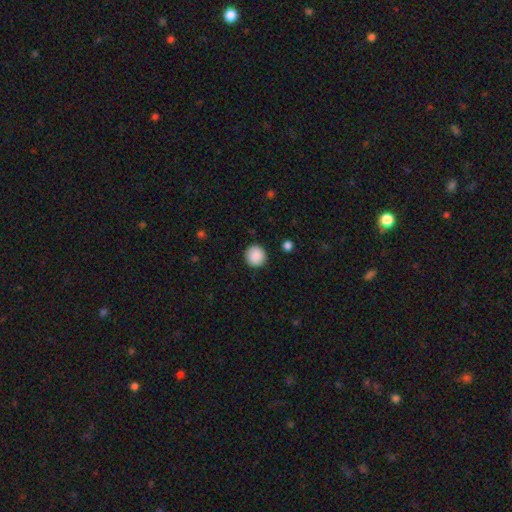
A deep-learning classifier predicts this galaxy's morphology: smooth-or-featured: smooth: 89% | star or artifact: 8% | featured or disk: 3%
  how-rounded: round: 94% | in between: 5% | cigar-shaped: 1%
  merging: none: 91% | minor disturbance: 6% | major disturbance: 2% | merger: 1%